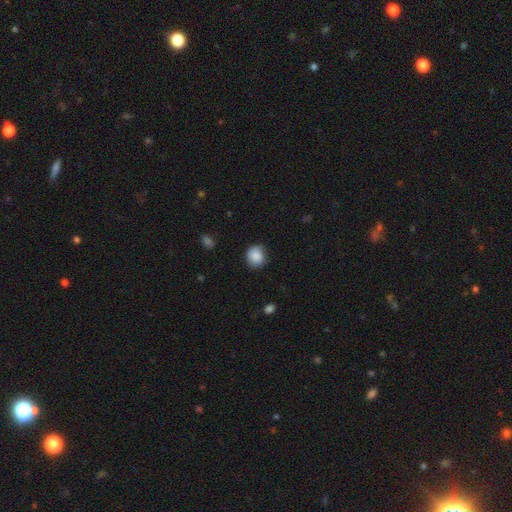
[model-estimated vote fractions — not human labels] Morphology: type=smooth (87%); roundness=round (76%); merging=none (73%).